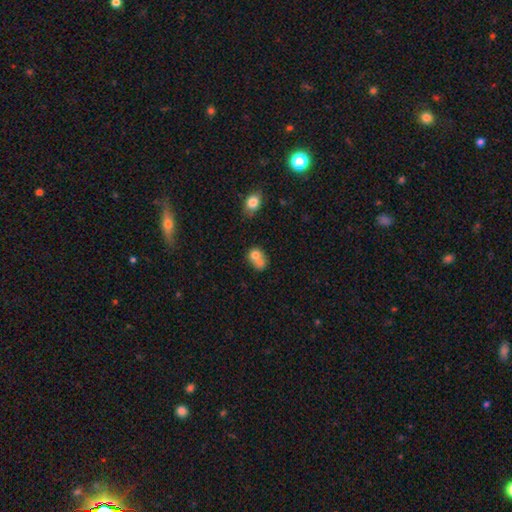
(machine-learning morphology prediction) Smooth or featured? Predicted: smooth (p=0.72). How rounded? Predicted: round (p=0.49, tied with in between). Merging? Predicted: merger (p=0.56).